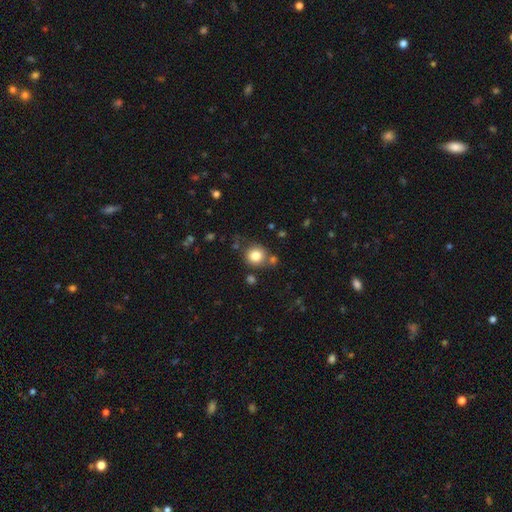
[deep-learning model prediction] smooth_or_featured: smooth (p=0.82) [alt: star or artifact p=0.11]
how_rounded: round (p=0.88) [alt: in between p=0.11]
merging: none (p=0.76) [alt: minor disturbance p=0.11]